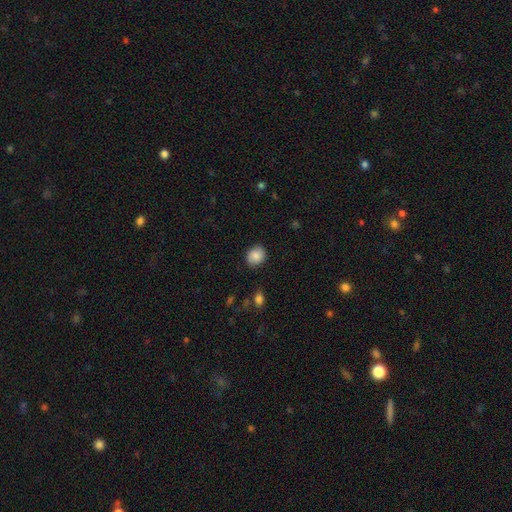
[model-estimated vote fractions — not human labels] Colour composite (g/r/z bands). It shows a smooth galaxy with no disk features (86%) that is round (67%). Merging: none (86%).